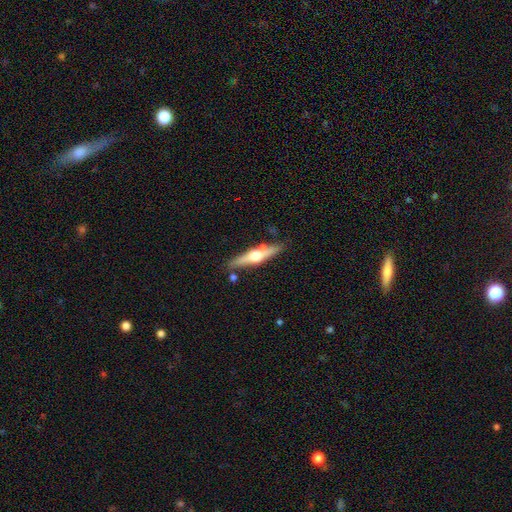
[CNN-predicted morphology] smooth-or-featured: featured or disk: 65% | smooth: 29% | star or artifact: 5%
  disk-edge-on: yes: 95% | no: 5%
    edge-on-bulge: rounded: 95% | boxy: 3% | none: 2%
  merging: none: 79% | minor disturbance: 12% | merger: 7% | major disturbance: 3%